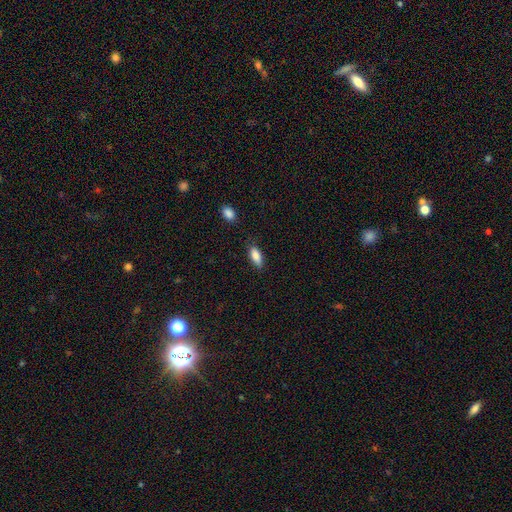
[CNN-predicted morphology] This appears to be a smooth galaxy with no disk features (85%) that is in between round and cigar-shaped (80%). Merging: none (77%).